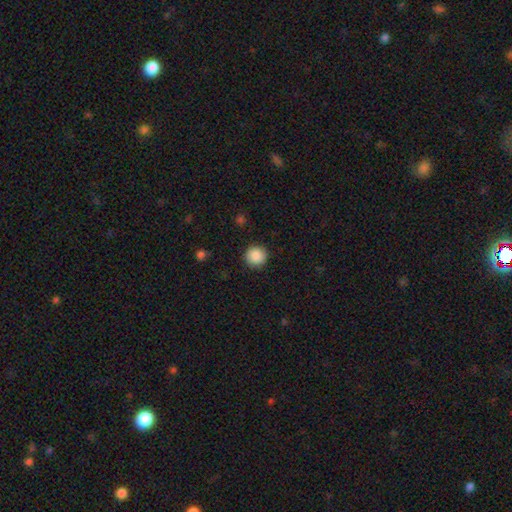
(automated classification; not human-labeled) smooth 89%, star or artifact 8%, featured or disk 3%. Down the decision tree: how rounded — round (95%); merging — none (91%).